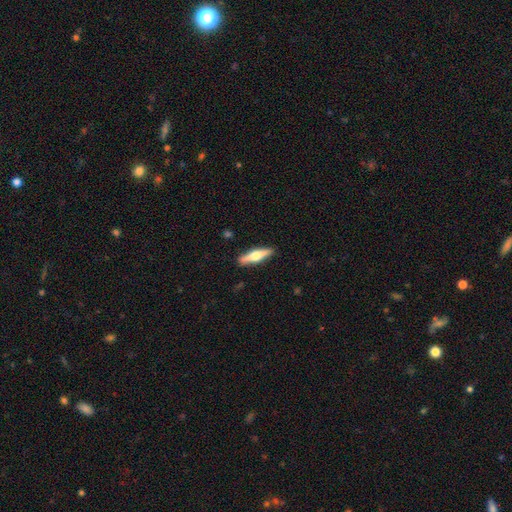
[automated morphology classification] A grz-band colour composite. It shows a featured or disk galaxy (57%) viewed edge-on (96%) with a rounded central bulge (93%). Merging: none (90%).